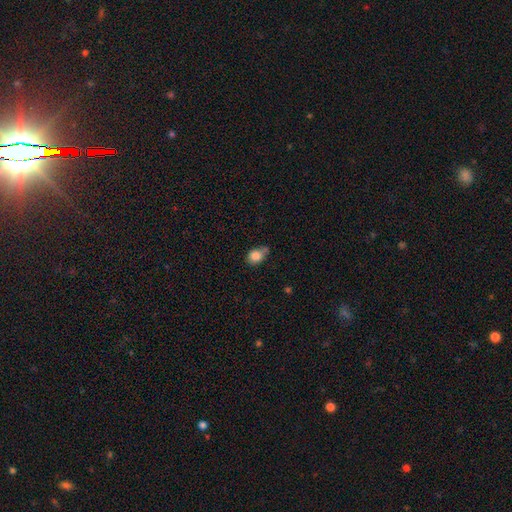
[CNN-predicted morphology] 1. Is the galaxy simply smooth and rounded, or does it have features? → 84% smooth, 9% star or artifact, 7% featured or disk.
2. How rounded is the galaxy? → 51% in between, 48% round, 1% cigar-shaped.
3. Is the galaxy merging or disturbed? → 47% none, 32% minor disturbance, 13% merger, 8% major disturbance.